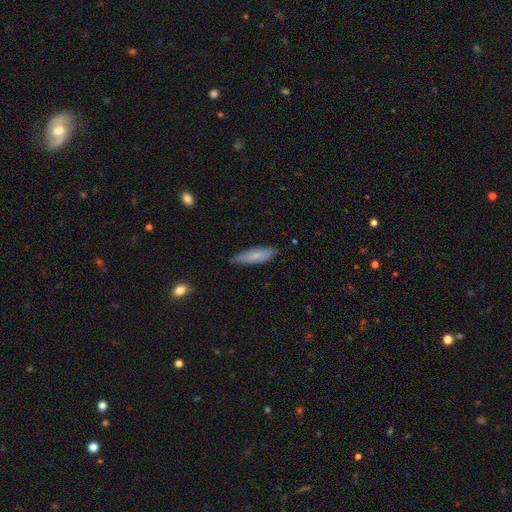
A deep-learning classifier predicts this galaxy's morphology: smooth 72%, featured or disk 22%, star or artifact 6%. Down the decision tree: how rounded — cigar-shaped (68%); merging — none (83%).